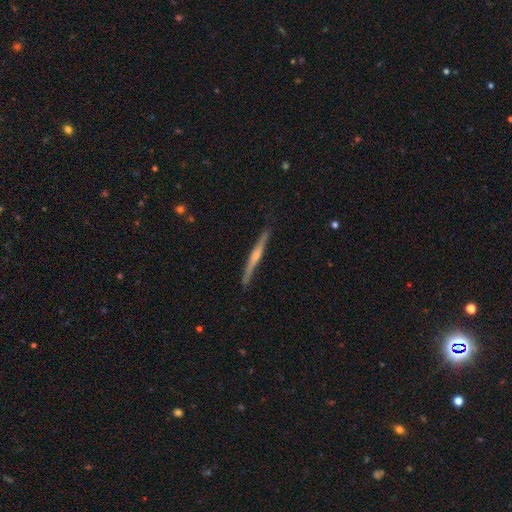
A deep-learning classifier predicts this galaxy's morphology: Smooth or featured?
  - featured or disk: 69% *
  - smooth: 26%
  - star or artifact: 5%
Edge-on disk?
  - yes: 98% *
  - no: 2%
Edge-on bulge?
  - rounded: 64% *
  - none: 26%
  - boxy: 10%
Merging?
  - none: 87% *
  - minor disturbance: 10%
  - major disturbance: 2%
  - merger: 1%